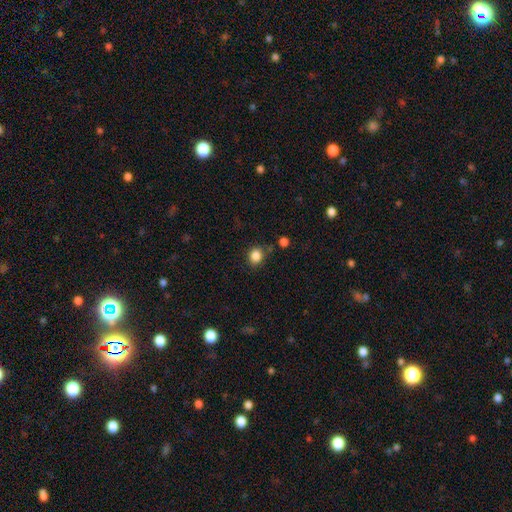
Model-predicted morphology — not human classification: A smooth galaxy with no disk features (85%) that is round (73%).

Vote fractions:
- Smooth or featured? smooth: 85% / star or artifact: 11% / featured or disk: 4%
- How rounded? round: 73% / in between: 26% / cigar-shaped: 1%
- Merging? none: 80% / minor disturbance: 12% / merger: 5% / major disturbance: 3%